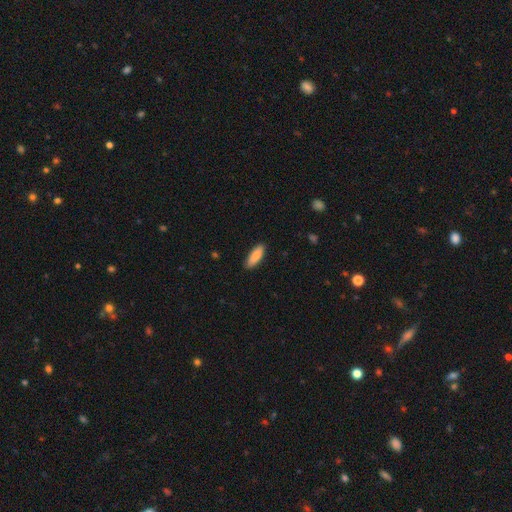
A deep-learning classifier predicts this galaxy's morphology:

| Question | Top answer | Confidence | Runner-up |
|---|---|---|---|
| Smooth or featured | smooth | 87% | featured or disk (8%) |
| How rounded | in between | 58% | cigar-shaped (40%) |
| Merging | none | 87% | minor disturbance (10%) |